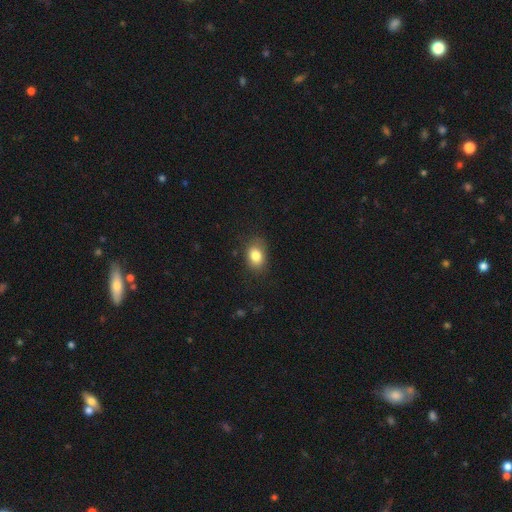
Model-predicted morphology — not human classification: The model was most divided on "how rounded": in between: 71%, round: 28%, cigar-shaped: 1%. More confident: smooth or featured — smooth (83%); merging — none (80%).